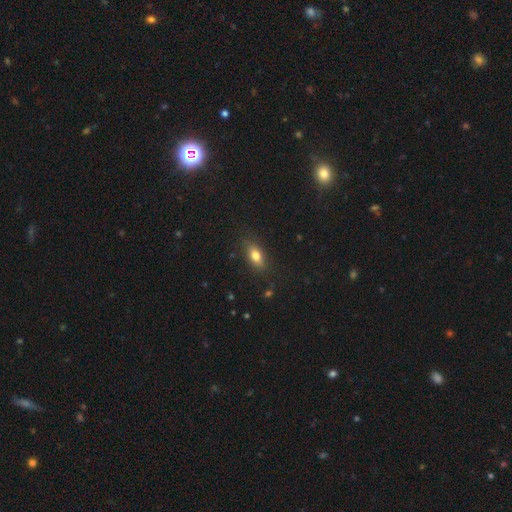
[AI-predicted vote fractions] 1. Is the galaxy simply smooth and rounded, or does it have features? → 78% smooth, 13% featured or disk, 9% star or artifact.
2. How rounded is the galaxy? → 81% in between, 11% cigar-shaped, 8% round.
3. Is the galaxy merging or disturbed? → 83% none, 13% minor disturbance, 3% major disturbance, 1% merger.